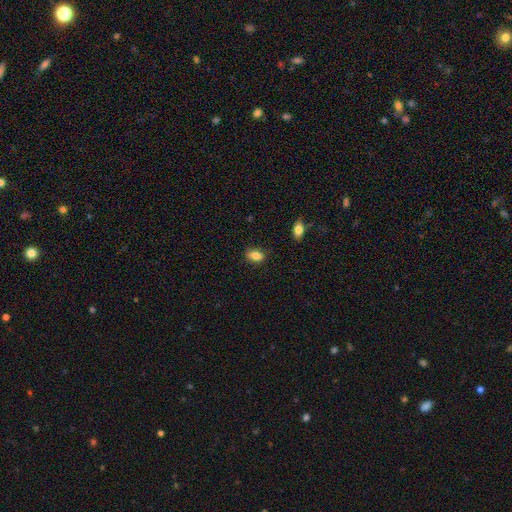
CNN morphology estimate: Overall: smooth (84%). How rounded: in between (84%). Merging: none (84%).